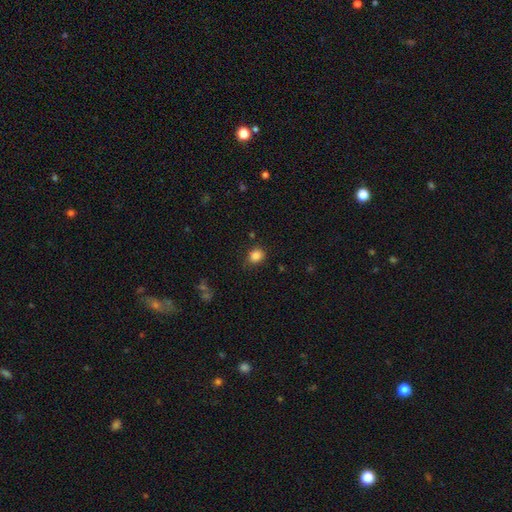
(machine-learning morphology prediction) Smooth or featured?
  - smooth: 85% *
  - star or artifact: 11%
  - featured or disk: 4%
How rounded?
  - round: 67% *
  - in between: 32%
  - cigar-shaped: 1%
Merging?
  - none: 78% *
  - minor disturbance: 16%
  - major disturbance: 4%
  - merger: 2%